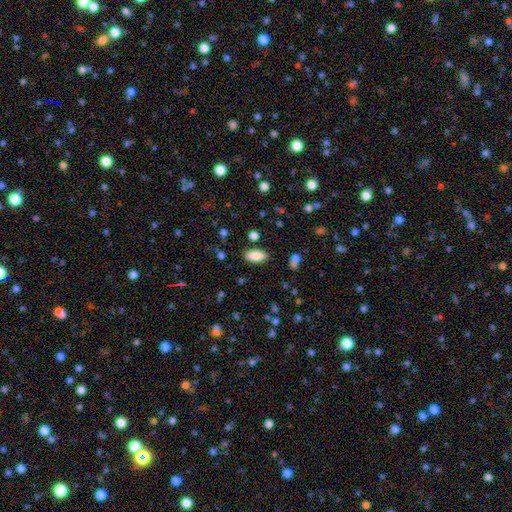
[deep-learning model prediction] Smooth or featured?
  - smooth: 85% *
  - featured or disk: 8%
  - star or artifact: 8%
How rounded?
  - in between: 89% *
  - cigar-shaped: 8%
  - round: 2%
Merging?
  - none: 85% *
  - minor disturbance: 10%
  - major disturbance: 3%
  - merger: 2%